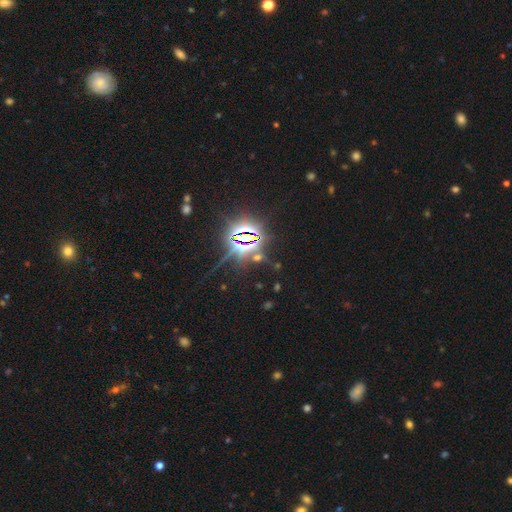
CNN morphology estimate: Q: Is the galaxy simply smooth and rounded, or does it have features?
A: star or artifact — 84%.